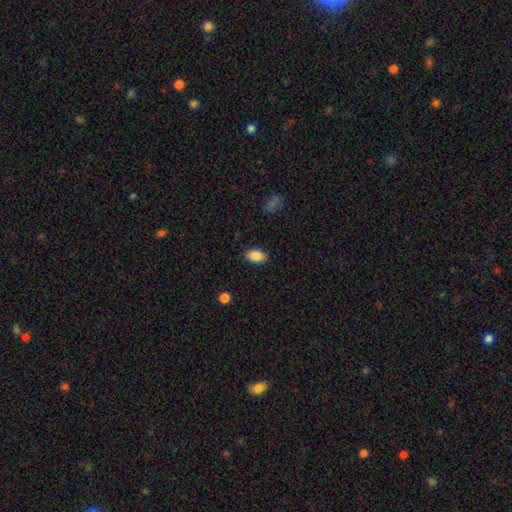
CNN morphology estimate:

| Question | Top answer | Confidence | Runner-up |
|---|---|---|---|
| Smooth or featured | smooth | 87% | star or artifact (8%) |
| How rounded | in between | 91% | round (7%) |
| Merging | none | 88% | minor disturbance (9%) |